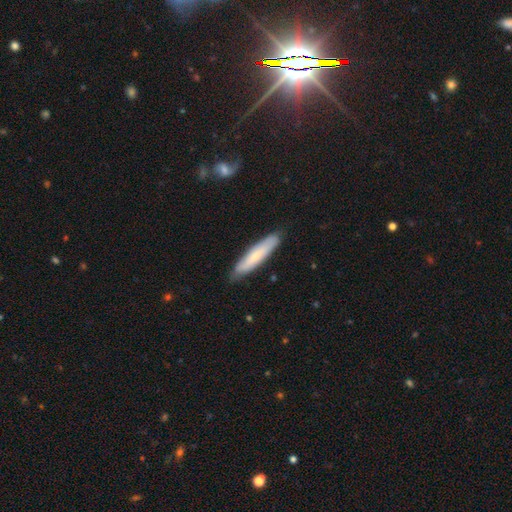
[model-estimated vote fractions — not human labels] Overall: smooth (63%; featured or disk 32%). How rounded: cigar-shaped (83%). Merging: none (84%).